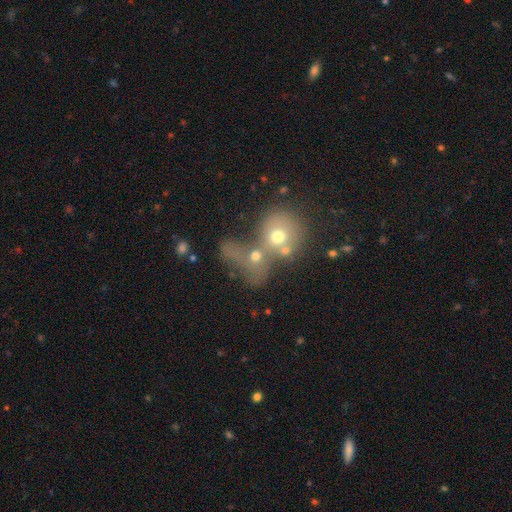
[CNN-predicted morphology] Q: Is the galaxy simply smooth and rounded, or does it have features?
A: smooth — 58%.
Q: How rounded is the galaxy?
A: round — 66%.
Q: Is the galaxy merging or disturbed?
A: merger — 75%.